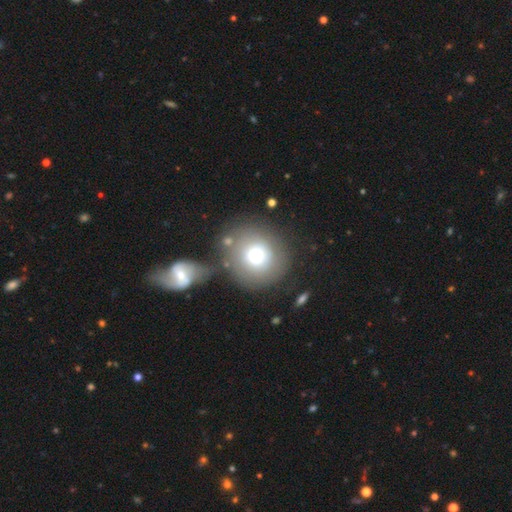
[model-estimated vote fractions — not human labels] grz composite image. It shows a smooth galaxy with no disk features (68%) that is round (88%). Merging: none (61%).